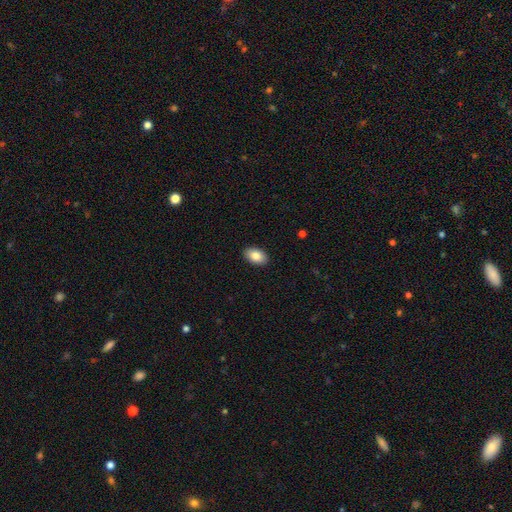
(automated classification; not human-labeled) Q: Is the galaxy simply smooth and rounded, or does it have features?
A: smooth — 85%.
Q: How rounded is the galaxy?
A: in between — 91%.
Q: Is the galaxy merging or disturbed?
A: none — 90%.